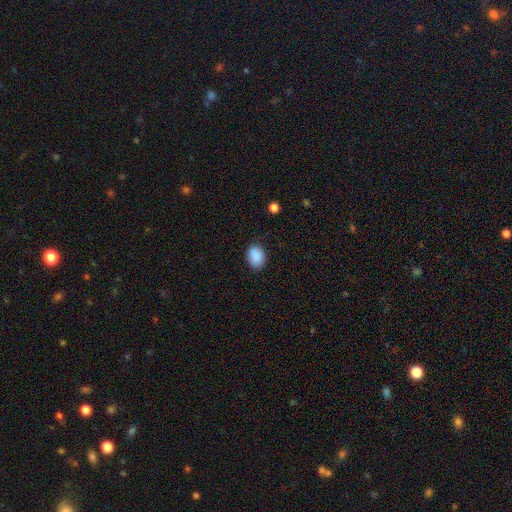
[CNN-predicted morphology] Smooth or featured?
  - smooth: 89% *
  - star or artifact: 8%
  - featured or disk: 3%
How rounded?
  - in between: 75% *
  - round: 24%
  - cigar-shaped: 1%
Merging?
  - none: 82% *
  - minor disturbance: 14%
  - major disturbance: 3%
  - merger: 1%